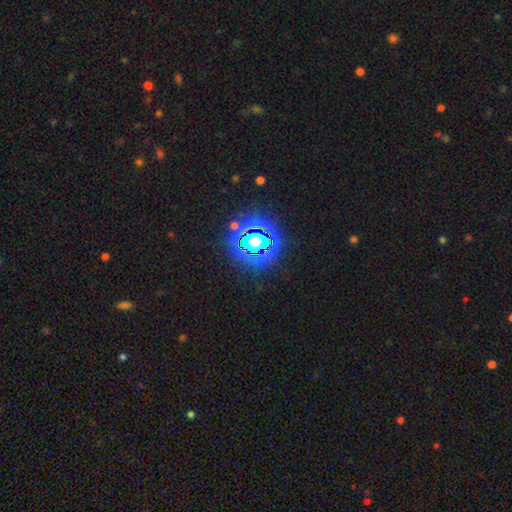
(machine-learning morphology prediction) Overall: star or artifact (82%).